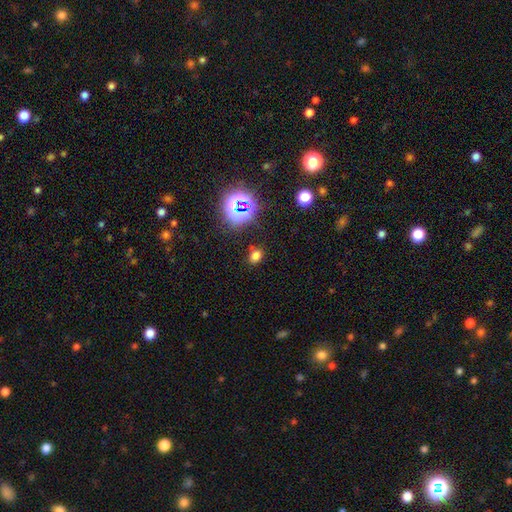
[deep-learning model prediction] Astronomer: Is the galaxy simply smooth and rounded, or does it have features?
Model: smooth — 68%.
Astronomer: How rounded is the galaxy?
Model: in between — 63%.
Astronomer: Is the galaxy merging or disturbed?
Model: none — 78%.